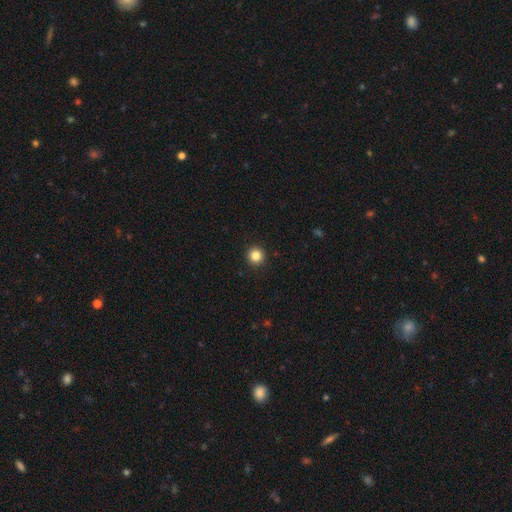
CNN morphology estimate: smooth-or-featured: smooth: 84% | star or artifact: 11% | featured or disk: 4%
  how-rounded: round: 96% | in between: 3% | cigar-shaped: 1%
  merging: none: 93% | minor disturbance: 4% | major disturbance: 1% | merger: 1%